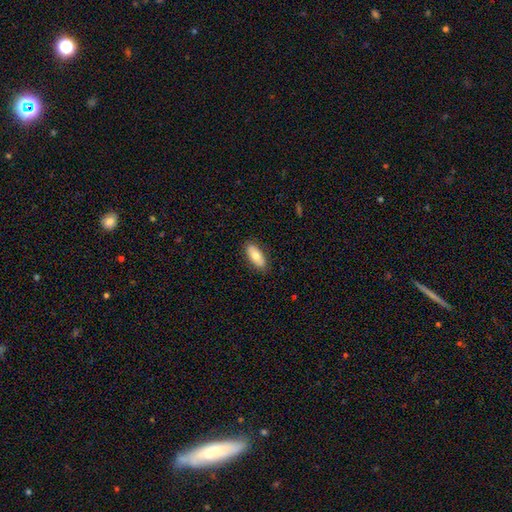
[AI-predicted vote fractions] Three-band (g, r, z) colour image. It shows a smooth galaxy with no disk features (73%) that is in between round and cigar-shaped (84%). Merging: none (86%).